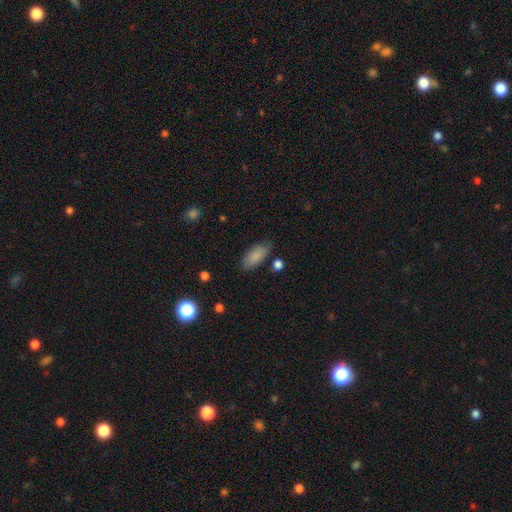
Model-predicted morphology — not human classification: Smooth or featured: smooth — 87% (featured or disk — 7%)
How rounded: in between — 88% (cigar-shaped — 10%)
Merging: none — 78% (minor disturbance — 16%)